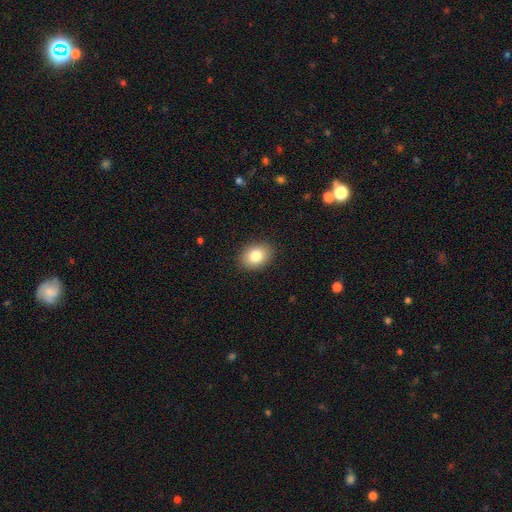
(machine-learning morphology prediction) A smooth galaxy with no disk features (83%) that is in between round and cigar-shaped (73%). Merging: none (89%).